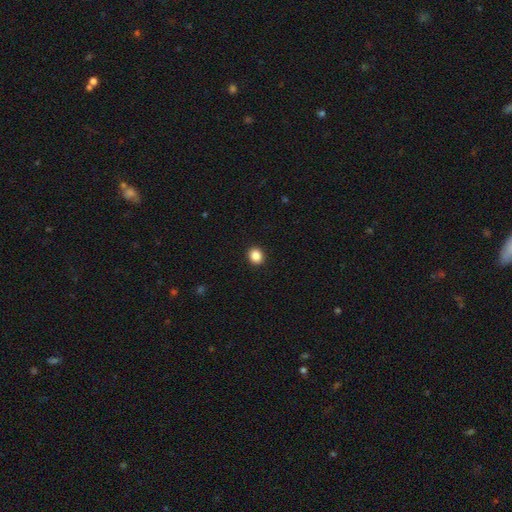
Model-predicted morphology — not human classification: Smooth or featured: smooth — 88% (star or artifact — 10%)
How rounded: round — 74% (in between — 25%)
Merging: none — 93% (minor disturbance — 5%)